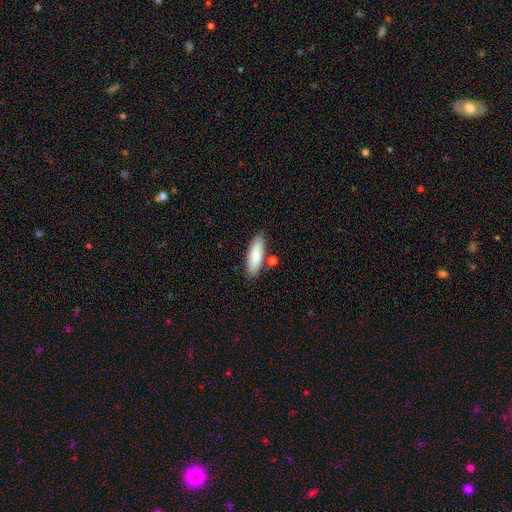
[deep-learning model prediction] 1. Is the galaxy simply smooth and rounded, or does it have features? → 84% smooth, 10% featured or disk, 6% star or artifact.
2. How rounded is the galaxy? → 59% in between, 39% cigar-shaped, 2% round.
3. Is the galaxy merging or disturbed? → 78% none, 12% minor disturbance, 8% merger, 3% major disturbance.